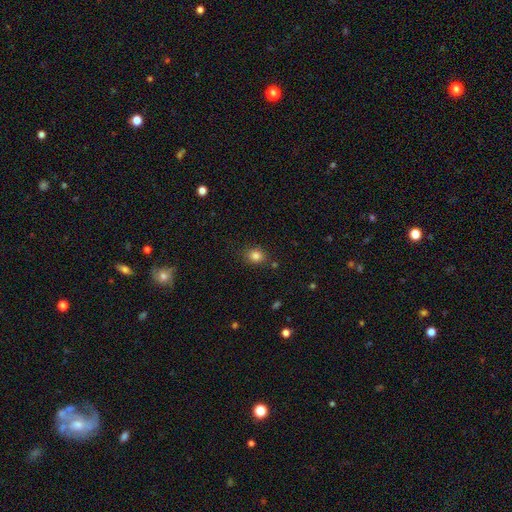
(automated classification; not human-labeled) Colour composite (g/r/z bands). It shows a smooth galaxy with no disk features (82%) that is round (65%). Merging: none (81%).